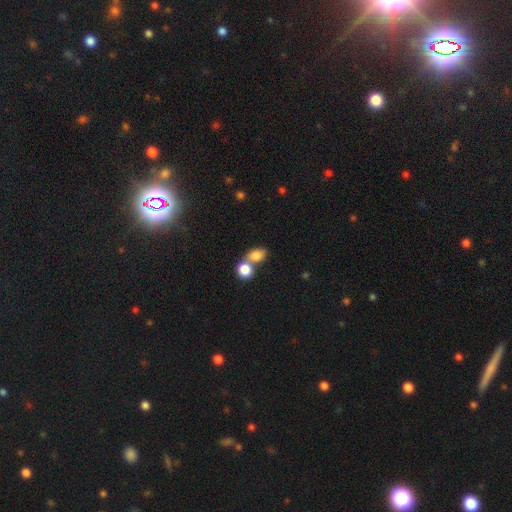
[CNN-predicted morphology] Smooth or featured: smooth — 82% (star or artifact — 10%)
How rounded: in between — 62% (round — 37%)
Merging: merger — 52% (none — 36%)